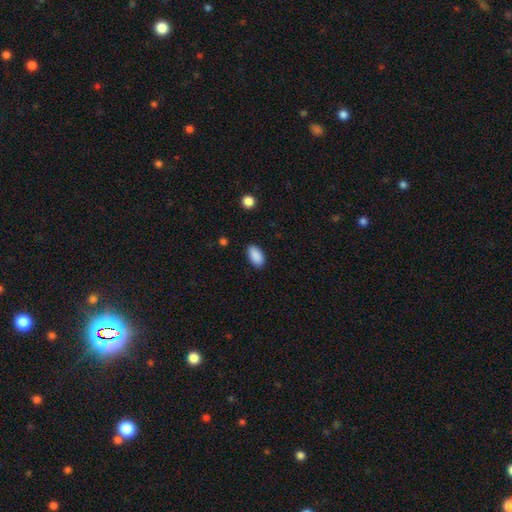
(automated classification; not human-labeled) A smooth galaxy with no disk features (90%) that is in between round and cigar-shaped (94%). Merging: none (87%).